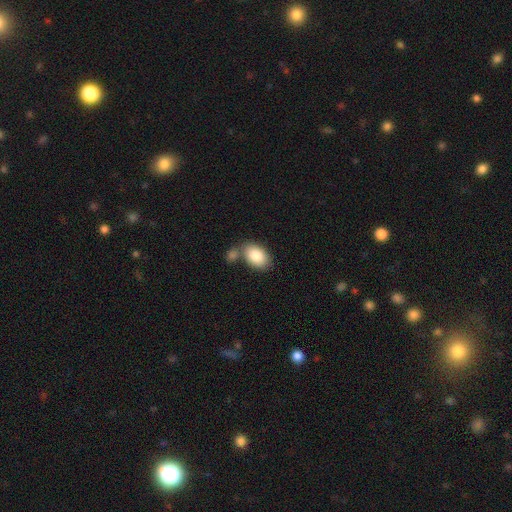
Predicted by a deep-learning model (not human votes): smooth 85%, featured or disk 9%, star or artifact 7%. Down the decision tree: how rounded — in between (89%); merging — none (55%).